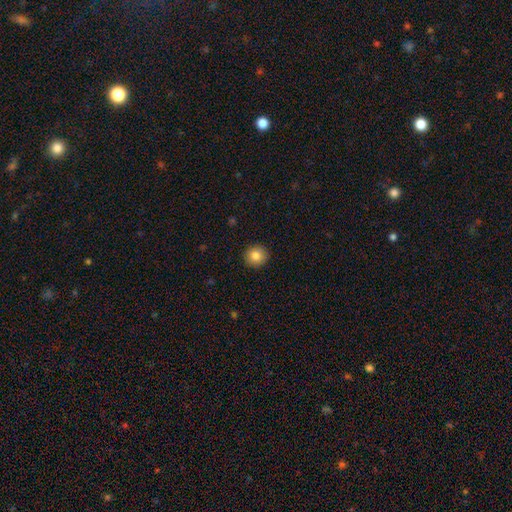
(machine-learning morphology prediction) This appears to be a smooth galaxy with no disk features (83%) that is round (92%). Merging: none (92%).